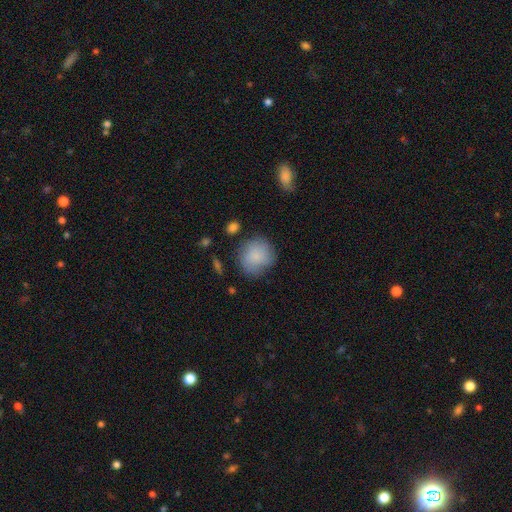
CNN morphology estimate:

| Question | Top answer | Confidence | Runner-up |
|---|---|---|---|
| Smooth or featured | smooth | 81% | featured or disk (12%) |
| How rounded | round | 88% | in between (11%) |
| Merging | none | 72% | minor disturbance (19%) |